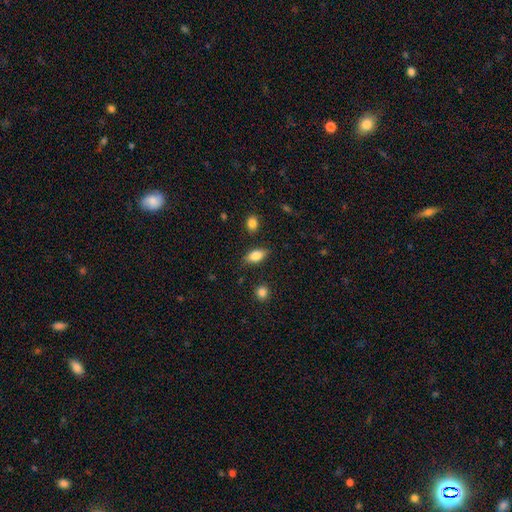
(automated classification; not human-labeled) Smooth or featured? smooth (78%)
How rounded? in between (85%)
Merging? none (83%)